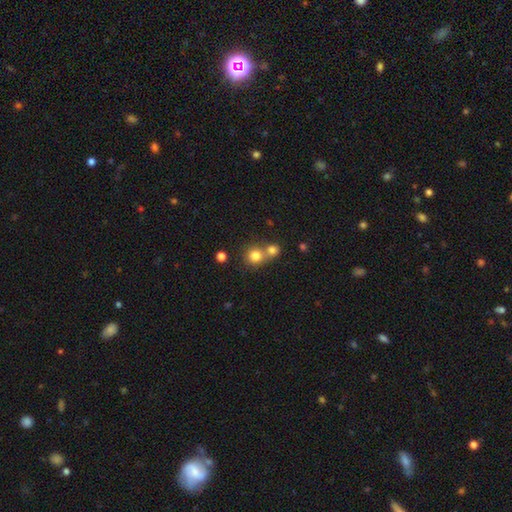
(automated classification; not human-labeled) Smooth or featured? Predicted: smooth (p=0.79). How rounded? Predicted: round (p=0.88). Merging? Predicted: none (p=0.47).